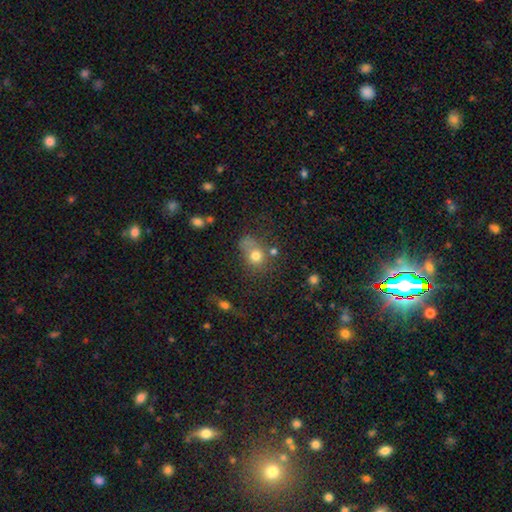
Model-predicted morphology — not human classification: This appears to be a smooth galaxy with no disk features (72%) that is round (63%). Merging: none (48%).